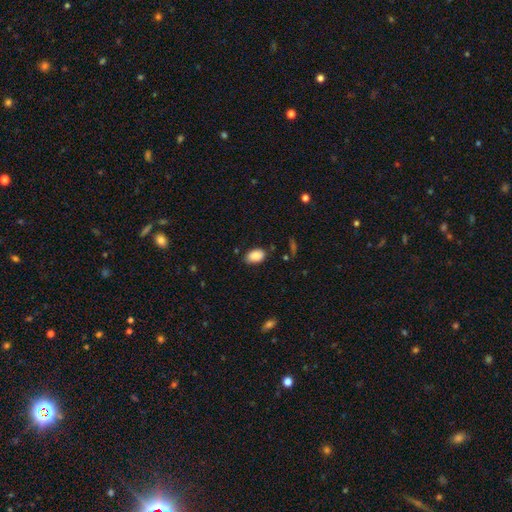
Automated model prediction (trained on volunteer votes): Smooth or featured: smooth — 88% (star or artifact — 8%)
How rounded: in between — 90% (round — 8%)
Merging: none — 77% (minor disturbance — 18%)